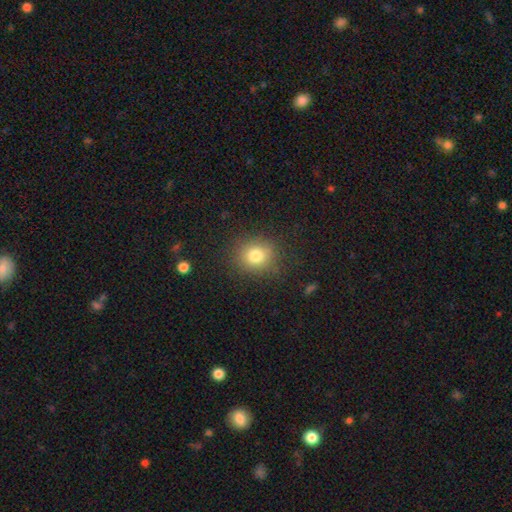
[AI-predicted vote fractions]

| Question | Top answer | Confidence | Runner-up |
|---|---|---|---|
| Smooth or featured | smooth | 79% | star or artifact (12%) |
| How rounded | round | 79% | in between (20%) |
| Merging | none | 84% | minor disturbance (10%) |